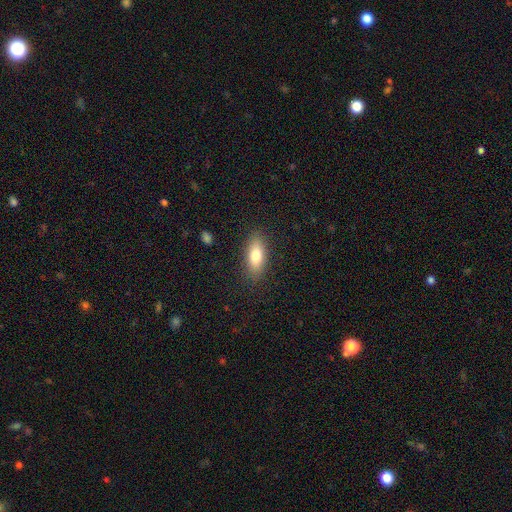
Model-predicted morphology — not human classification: smooth_or_featured: smooth (p=0.77) [alt: featured or disk p=0.16]
how_rounded: in between (p=0.77) [alt: cigar-shaped p=0.20]
merging: none (p=0.87) [alt: minor disturbance p=0.10]